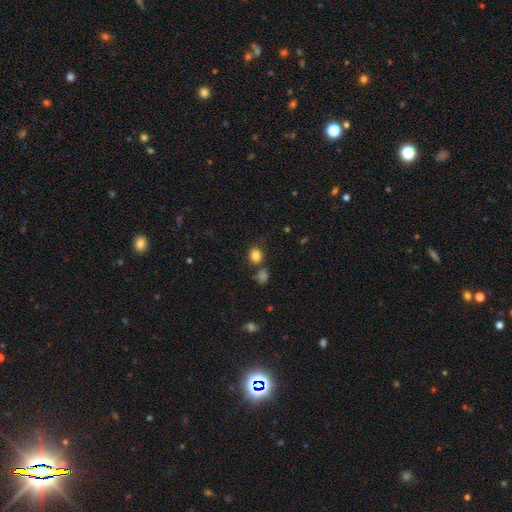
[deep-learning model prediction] Smooth or featured?
  - smooth: 83% *
  - star or artifact: 11%
  - featured or disk: 6%
How rounded?
  - round: 64% *
  - in between: 35%
  - cigar-shaped: 1%
Merging?
  - none: 69% *
  - merger: 14%
  - minor disturbance: 12%
  - major disturbance: 4%